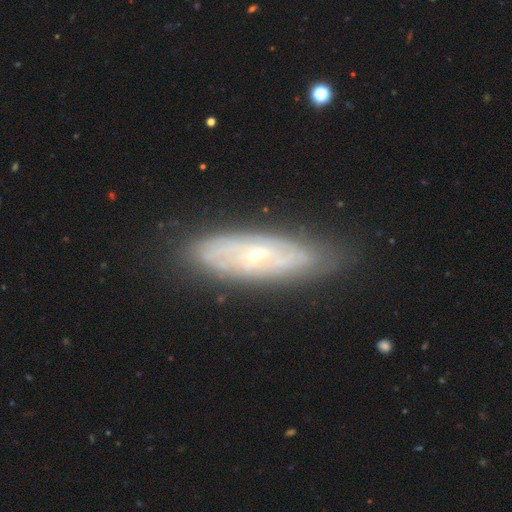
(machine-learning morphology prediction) This appears to be a featured or disk galaxy (74%) with no bar (61%), spiral arms (70%) and a small central bulge (59%). Merging: none (77%).